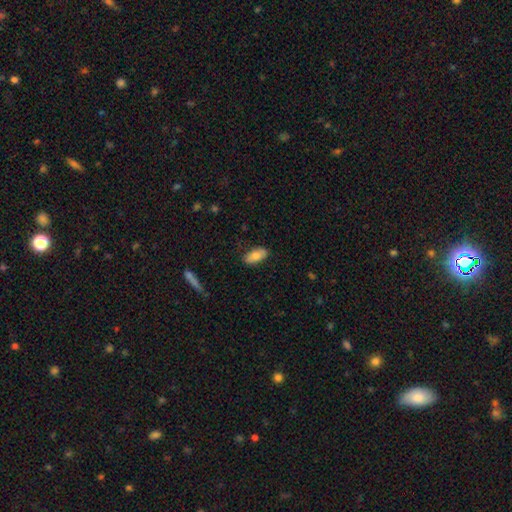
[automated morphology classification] Smooth or featured? Predicted: smooth (p=0.78). How rounded? Predicted: in between (p=0.90). Merging? Predicted: none (p=0.84).